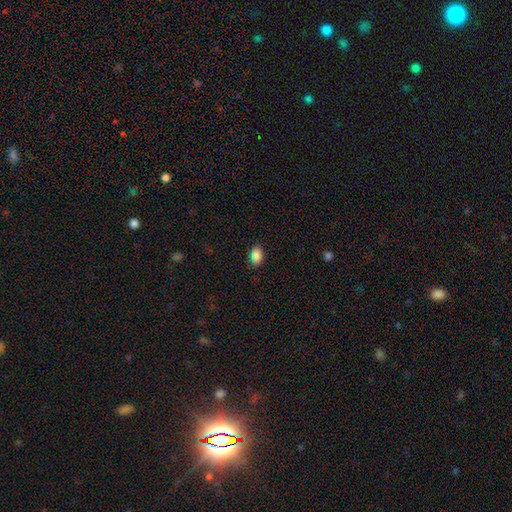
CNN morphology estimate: Smooth or featured? Predicted: smooth (p=0.88). How rounded? Predicted: in between (p=0.87). Merging? Predicted: none (p=0.85).